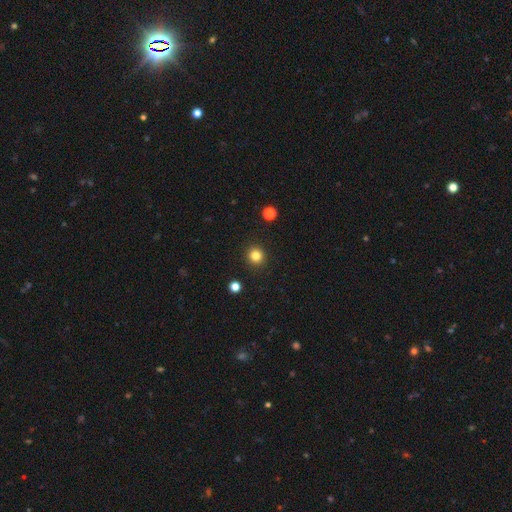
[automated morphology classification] Q: Smooth or featured?
A: smooth (83%); runner-up: star or artifact (12%)
Q: How rounded?
A: round (92%); runner-up: in between (7%)
Q: Merging?
A: none (92%); runner-up: minor disturbance (5%)